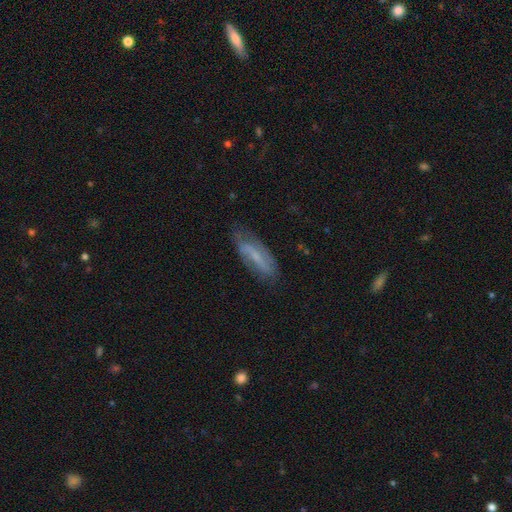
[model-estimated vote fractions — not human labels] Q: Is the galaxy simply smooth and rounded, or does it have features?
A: featured or disk — 62%.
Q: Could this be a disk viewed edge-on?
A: no — 81%.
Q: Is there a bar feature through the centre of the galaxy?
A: weak — 43%.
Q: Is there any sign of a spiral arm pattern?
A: yes — 81%.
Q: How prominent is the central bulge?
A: small — 58%.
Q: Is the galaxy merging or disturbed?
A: none — 71%.